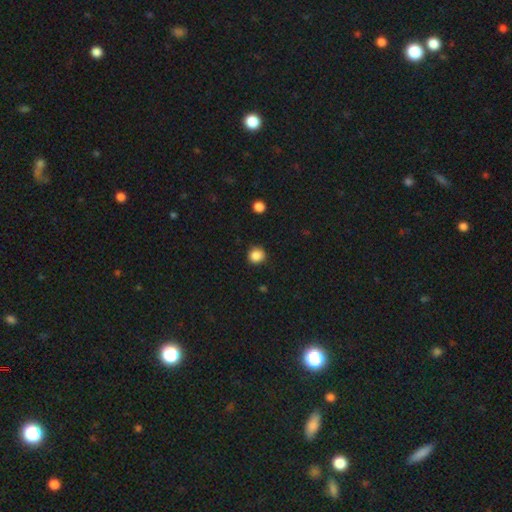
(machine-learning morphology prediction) Smooth or featured?
  - smooth: 86% *
  - star or artifact: 11%
  - featured or disk: 3%
How rounded?
  - round: 91% *
  - in between: 8%
  - cigar-shaped: 1%
Merging?
  - none: 87% *
  - minor disturbance: 9%
  - major disturbance: 2%
  - merger: 1%